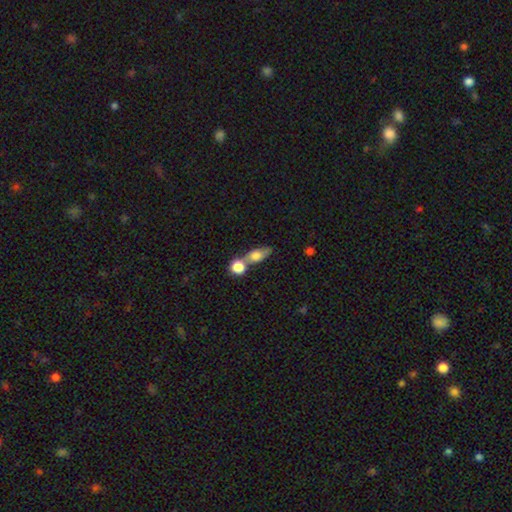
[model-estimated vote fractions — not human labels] Smooth or featured?
  - smooth: 71% *
  - featured or disk: 20%
  - star or artifact: 9%
How rounded?
  - in between: 60% *
  - round: 24%
  - cigar-shaped: 15%
Merging?
  - merger: 46% *
  - none: 36%
  - minor disturbance: 12%
  - major disturbance: 6%